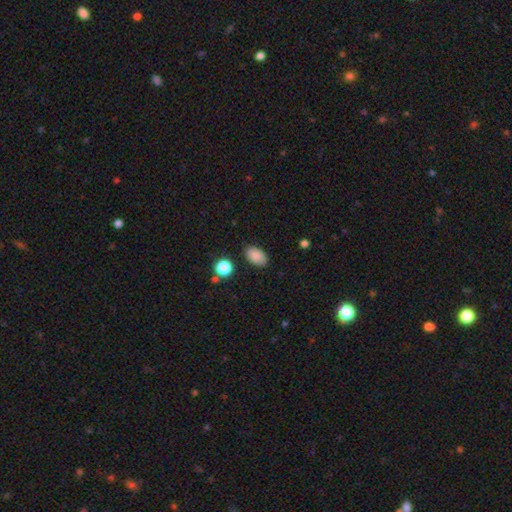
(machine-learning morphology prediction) smooth_or_featured: smooth (p=0.87) [alt: star or artifact p=0.09]
how_rounded: in between (p=0.90) [alt: round p=0.09]
merging: none (p=0.85) [alt: minor disturbance p=0.10]